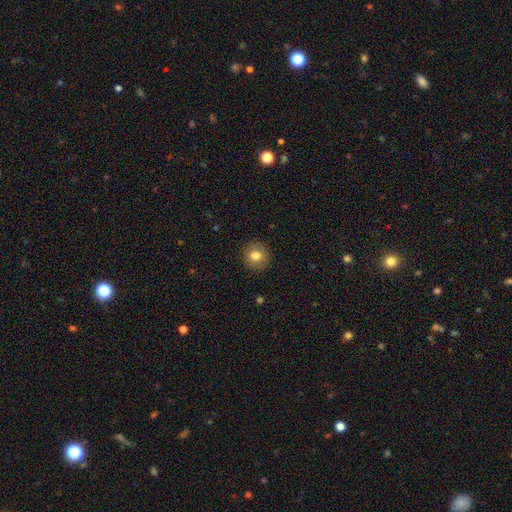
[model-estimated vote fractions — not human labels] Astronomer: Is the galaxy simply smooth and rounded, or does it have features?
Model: smooth — 80%.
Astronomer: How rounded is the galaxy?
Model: round — 91%.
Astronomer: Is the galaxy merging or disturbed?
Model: none — 91%.